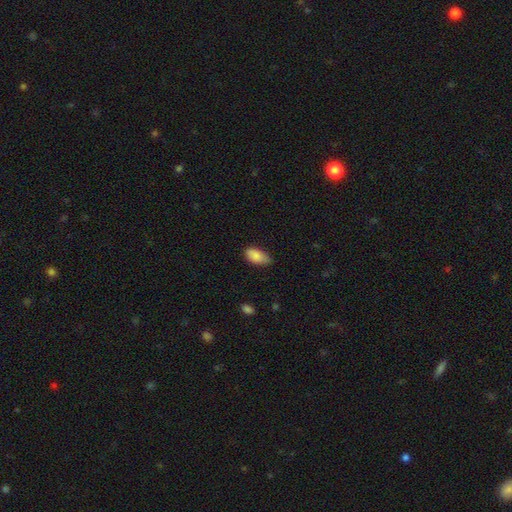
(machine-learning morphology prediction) This appears to be a smooth galaxy with no disk features (87%) that is in between round and cigar-shaped (93%). Merging: none (66%).